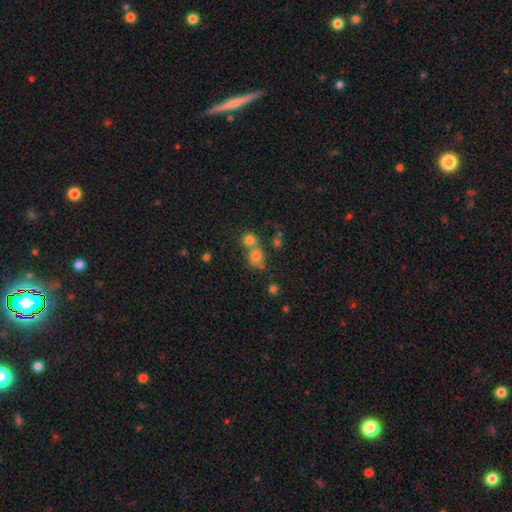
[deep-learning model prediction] The model was most divided on "merging": merger: 48%, none: 40%, minor disturbance: 8%, major disturbance: 4%. More confident: smooth or featured — smooth (74%); how rounded — round (67%).